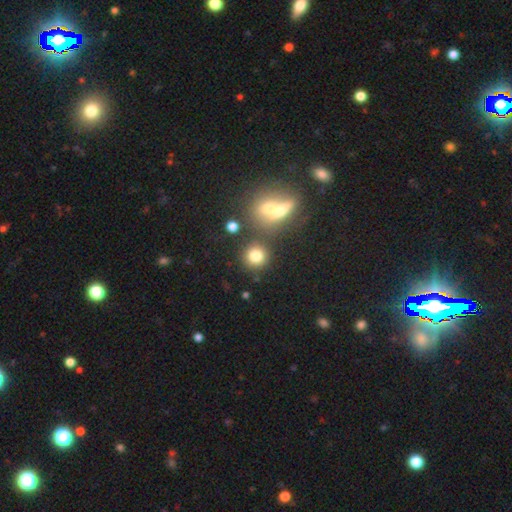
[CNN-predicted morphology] smooth-or-featured: smooth: 78% | star or artifact: 14% | featured or disk: 8%
  how-rounded: round: 89% | in between: 10% | cigar-shaped: 1%
  merging: none: 73% | merger: 14% | minor disturbance: 9% | major disturbance: 4%